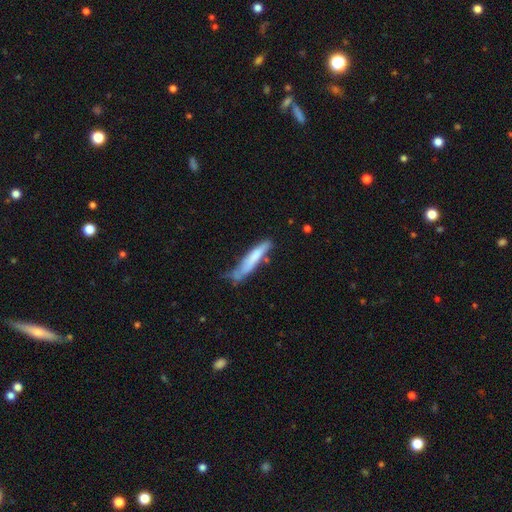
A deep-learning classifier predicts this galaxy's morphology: The model was most divided on "merging": none: 48%, minor disturbance: 34%, major disturbance: 11%, merger: 7%. More confident: how rounded — cigar-shaped (90%); smooth or featured — smooth (65%).